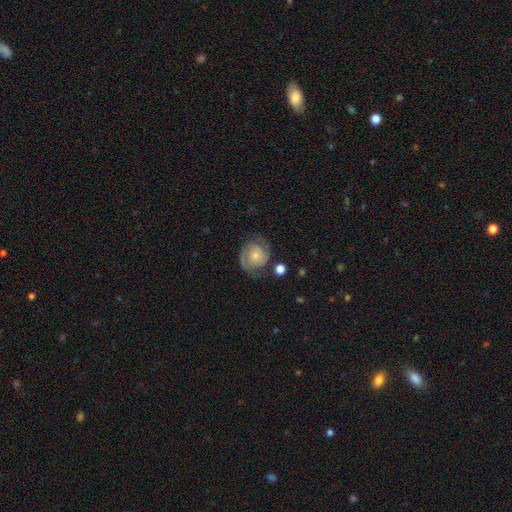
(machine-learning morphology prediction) A featured or disk galaxy (78%) with no bar (74%), 2 (85%) tight (47%) spiral arms (94%) and a small central bulge (66%). Merging: none (71%).